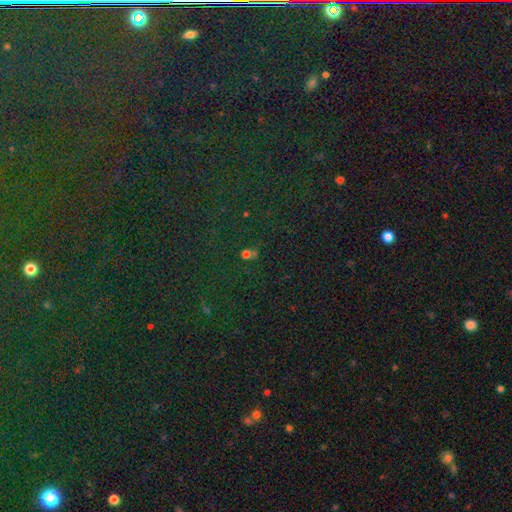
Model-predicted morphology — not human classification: Smooth or featured?
  - star or artifact: 82% *
  - smooth: 12%
  - featured or disk: 7%